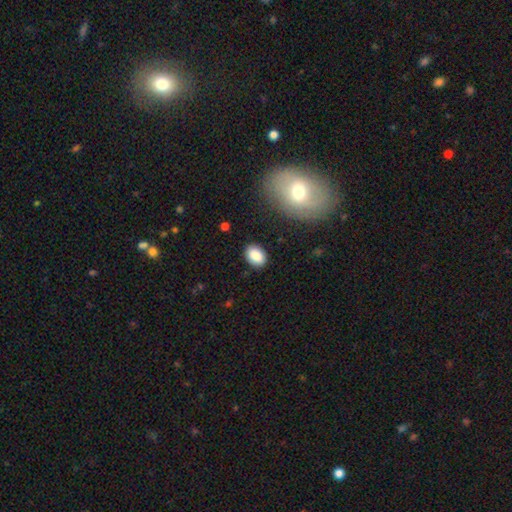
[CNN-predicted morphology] This appears to be a smooth galaxy with no disk features (87%) that is in between round and cigar-shaped (81%). Merging: none (86%).